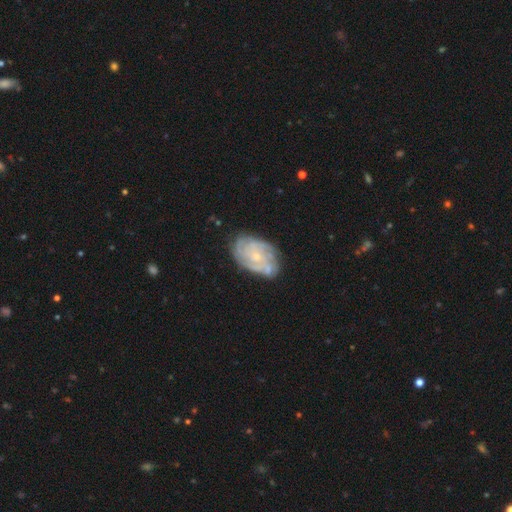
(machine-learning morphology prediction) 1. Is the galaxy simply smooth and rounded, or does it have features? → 76% featured or disk, 17% smooth, 7% star or artifact.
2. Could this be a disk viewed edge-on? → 97% no, 3% yes.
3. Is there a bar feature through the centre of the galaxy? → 75% no, 21% weak, 3% strong.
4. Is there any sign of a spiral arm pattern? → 89% yes, 11% no.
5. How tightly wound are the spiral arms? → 65% tight, 28% medium, 8% loose.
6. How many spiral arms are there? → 41% can't tell, 20% 4, 16% 3, 12% 2, 7% more than 4, 5% 1.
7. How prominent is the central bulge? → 69% small, 24% moderate, 4% none, 1% large, 1% dominant.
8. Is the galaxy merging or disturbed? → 68% none, 20% minor disturbance, 6% major disturbance, 5% merger.